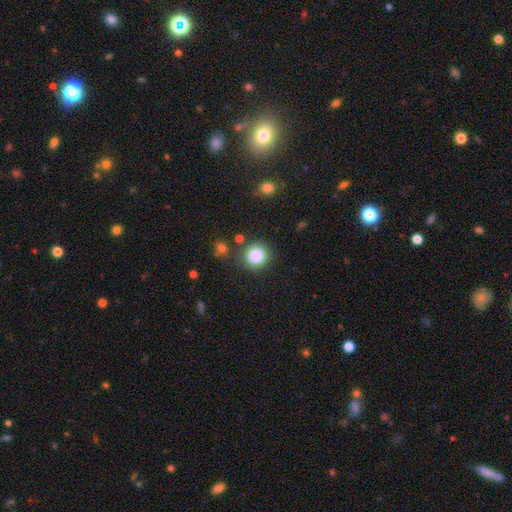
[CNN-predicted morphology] Smooth or featured: smooth — 85% (star or artifact — 10%)
How rounded: round — 90% (in between — 9%)
Merging: none — 81% (minor disturbance — 11%)